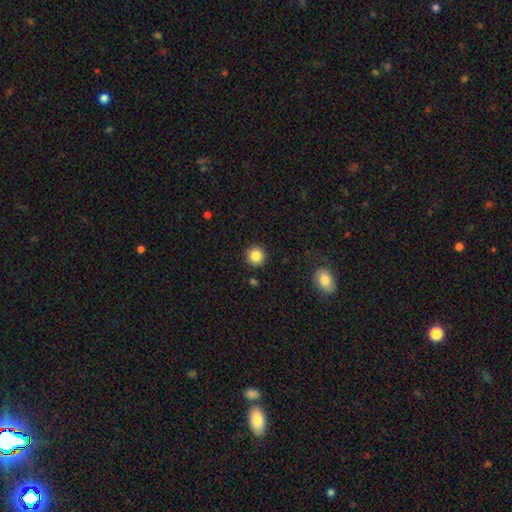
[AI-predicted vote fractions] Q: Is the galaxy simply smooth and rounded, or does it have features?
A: smooth — 85%.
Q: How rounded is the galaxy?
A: round — 94%.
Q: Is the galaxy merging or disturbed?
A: none — 90%.